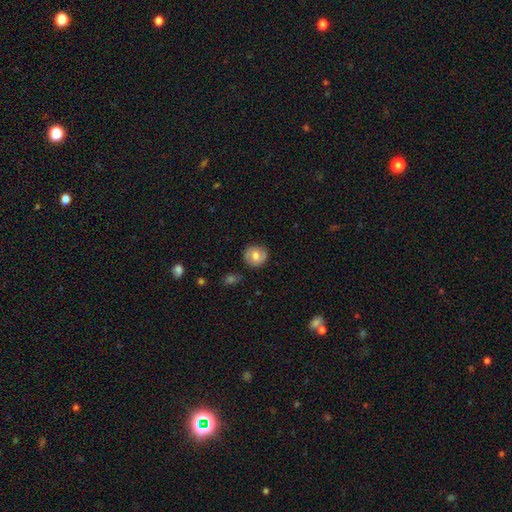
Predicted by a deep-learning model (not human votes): Smooth or featured? Predicted: smooth (p=0.60). How rounded? Predicted: round (p=0.82). Merging? Predicted: none (p=0.83).